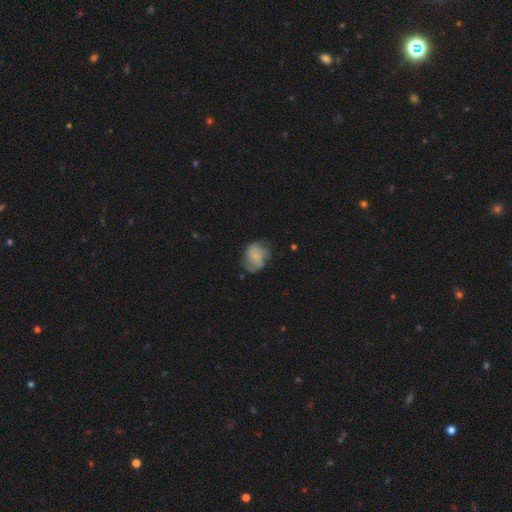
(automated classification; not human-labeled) Smooth or featured? featured or disk (50%)
Edge-on disk? no (98%)
Merging? none (58%)